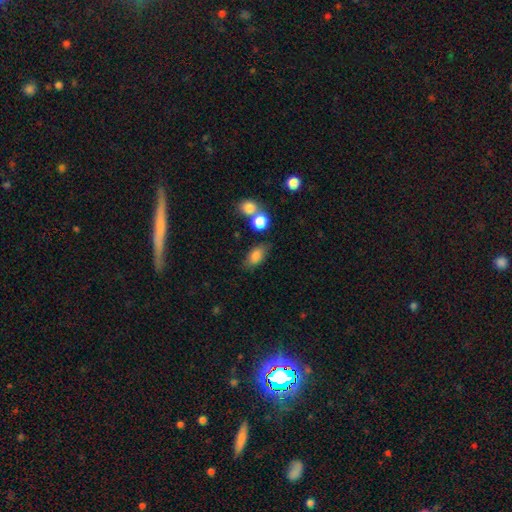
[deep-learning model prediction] smooth_or_featured: smooth (p=0.82) [alt: star or artifact p=0.09]
how_rounded: in between (p=0.85) [alt: round p=0.12]
merging: none (p=0.65) [alt: minor disturbance p=0.17]